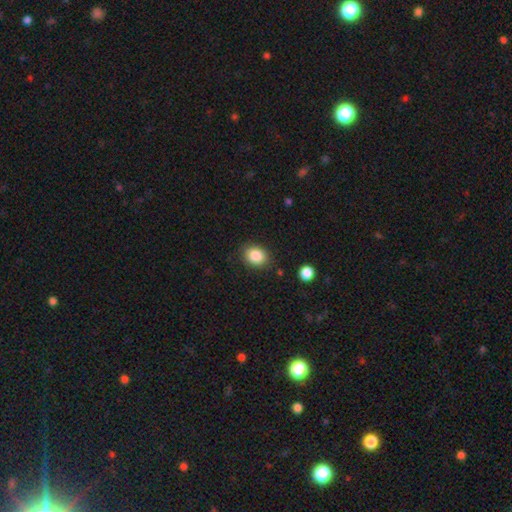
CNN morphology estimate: Q: Smooth or featured?
A: smooth (86%); runner-up: star or artifact (9%)
Q: How rounded?
A: in between (55%); runner-up: round (44%)
Q: Merging?
A: none (83%); runner-up: minor disturbance (11%)